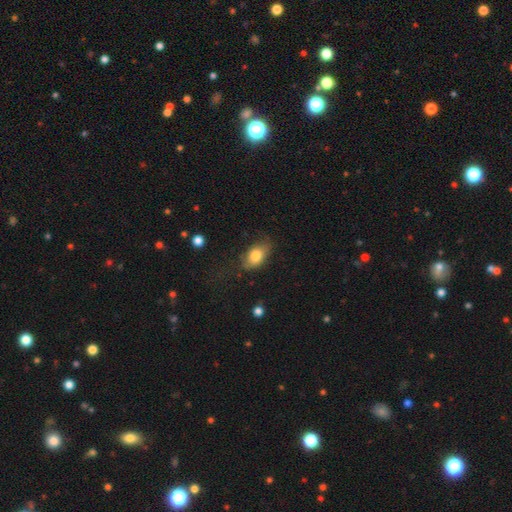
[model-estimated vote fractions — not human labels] Smooth or featured?
  - smooth: 79% *
  - featured or disk: 14%
  - star or artifact: 7%
How rounded?
  - in between: 86% *
  - round: 11%
  - cigar-shaped: 2%
Merging?
  - none: 60% *
  - minor disturbance: 28%
  - major disturbance: 10%
  - merger: 2%